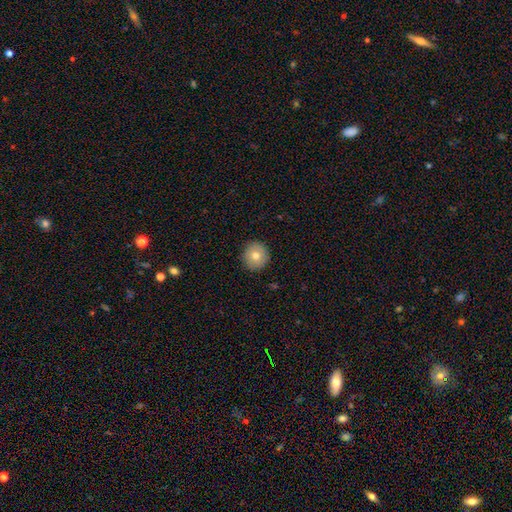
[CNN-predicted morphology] type=smooth (75%); roundness=round (93%); merging=none (91%).